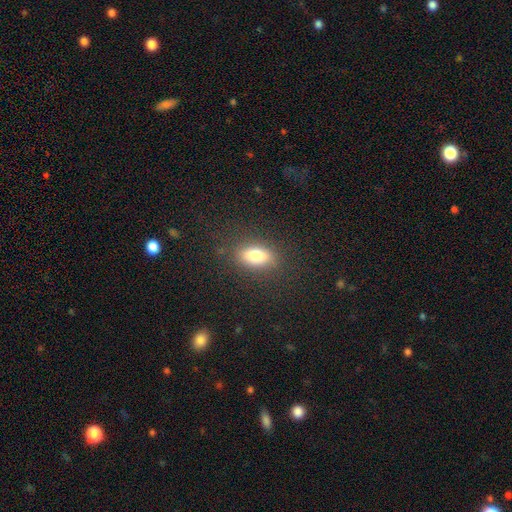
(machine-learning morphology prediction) Smooth or featured: smooth — 79% (featured or disk — 11%)
How rounded: in between — 85% (round — 8%)
Merging: none — 84% (minor disturbance — 11%)